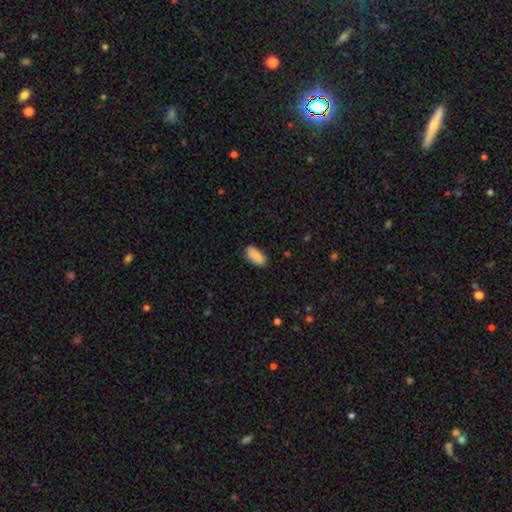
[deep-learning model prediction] The model was most divided on "merging": none: 85%, minor disturbance: 11%, major disturbance: 2%, merger: 1%. More confident: how rounded — in between (92%); smooth or featured — smooth (89%).